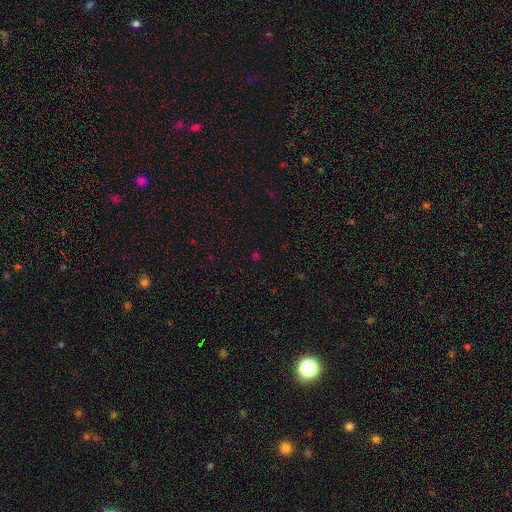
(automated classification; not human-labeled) Smooth or featured: star or artifact — 54% (smooth — 40%)